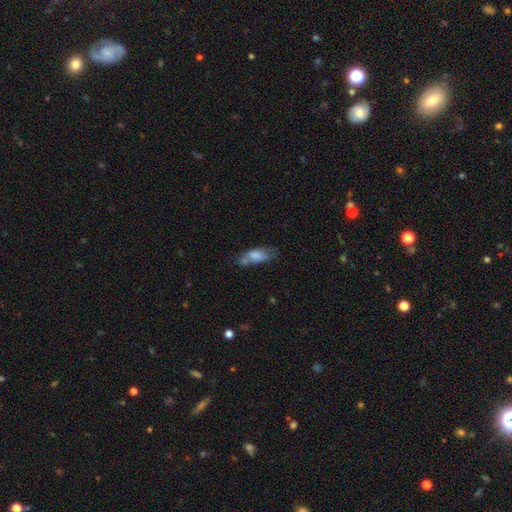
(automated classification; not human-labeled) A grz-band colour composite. It shows a smooth galaxy with no disk features (70%) that is in between round and cigar-shaped (76%). Merging: none (39%).